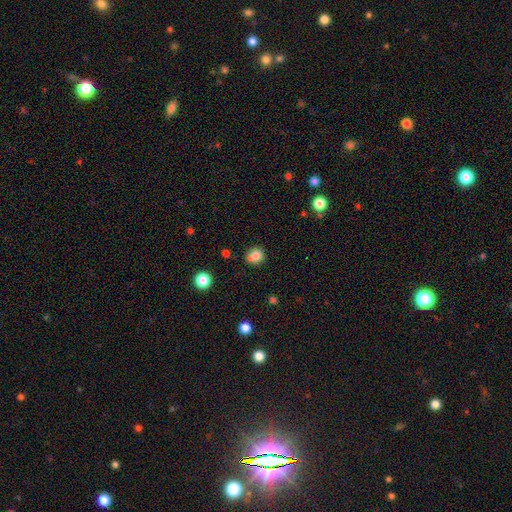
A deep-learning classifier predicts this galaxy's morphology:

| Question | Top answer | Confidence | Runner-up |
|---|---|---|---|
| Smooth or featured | smooth | 80% | star or artifact (12%) |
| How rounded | round | 86% | in between (13%) |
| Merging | none | 69% | minor disturbance (14%) |